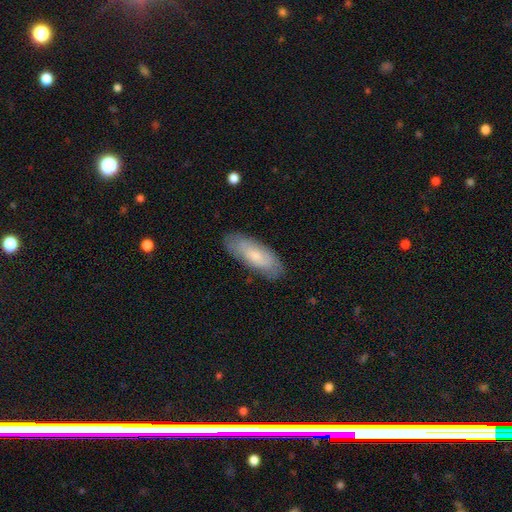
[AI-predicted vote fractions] Overall: smooth (66%; featured or disk 27%). How rounded: in between (73%). Merging: none (80%).